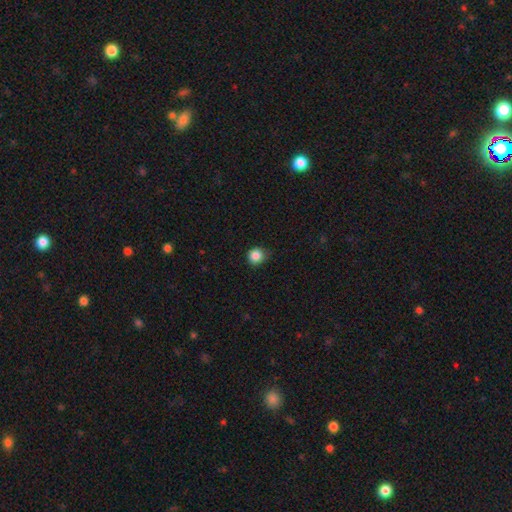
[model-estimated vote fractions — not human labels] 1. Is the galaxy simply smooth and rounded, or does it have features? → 85% smooth, 11% star or artifact, 4% featured or disk.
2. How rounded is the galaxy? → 91% round, 8% in between, 1% cigar-shaped.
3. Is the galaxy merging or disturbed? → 78% none, 18% minor disturbance, 3% major disturbance, 1% merger.